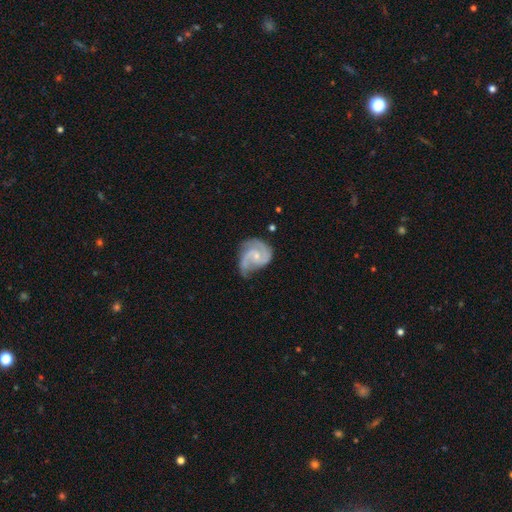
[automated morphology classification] Overall: featured or disk (86%). Edge-on disk: no (98%). Bar: no (59%; weak 35%). Spiral arms: yes (97%). Spiral arm count: 2 (78%). Spiral winding: medium (52%; tight 29%). Bulge size: small (66%; moderate 28%). Merging: none (51%; minor disturbance 30%).